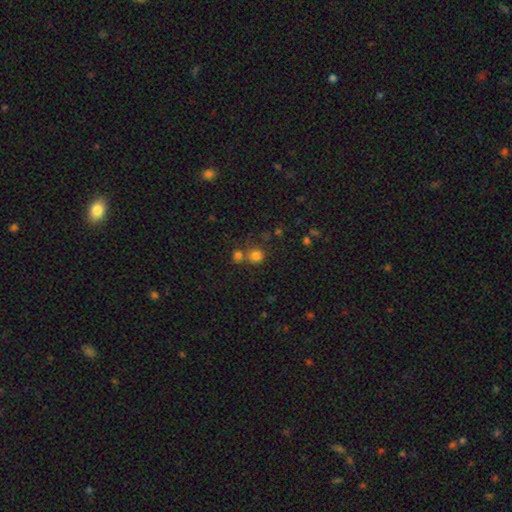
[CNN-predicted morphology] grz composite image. It shows a smooth galaxy with no disk features (78%) that is round (90%). Merging: none (62%).